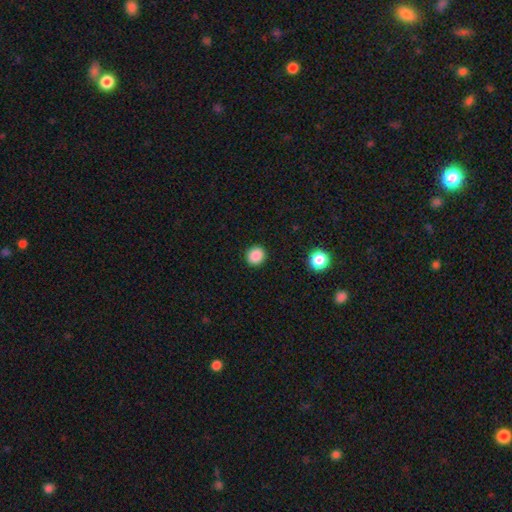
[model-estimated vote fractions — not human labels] Smooth or featured? smooth (87%)
How rounded? round (86%)
Merging? none (92%)